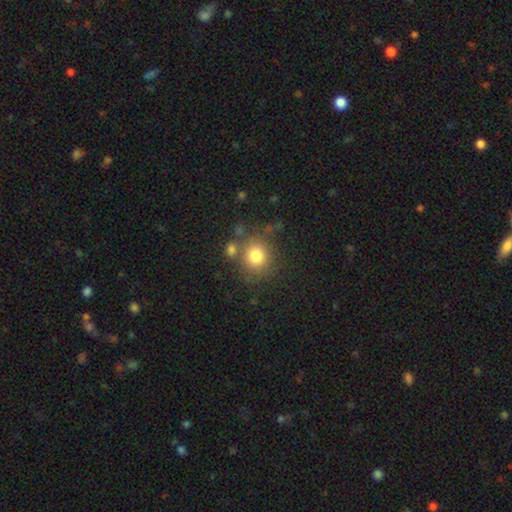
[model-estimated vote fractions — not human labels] Smooth or featured? Predicted: smooth (p=0.79). How rounded? Predicted: round (p=0.85). Merging? Predicted: none (p=0.70).